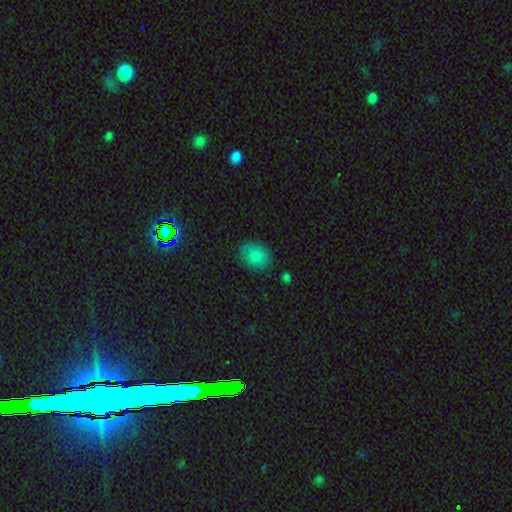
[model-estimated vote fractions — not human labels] A smooth galaxy with no disk features (85%) that is in between round and cigar-shaped (55%). Merging: none (82%).